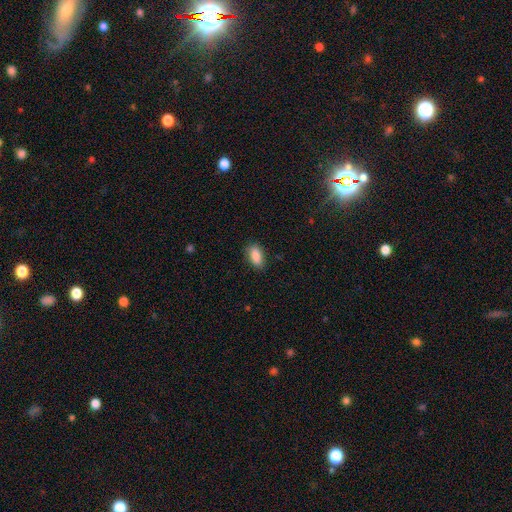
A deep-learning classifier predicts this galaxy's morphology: Smooth or featured: smooth — 88% (star or artifact — 7%)
How rounded: in between — 90% (cigar-shaped — 7%)
Merging: none — 85% (minor disturbance — 12%)